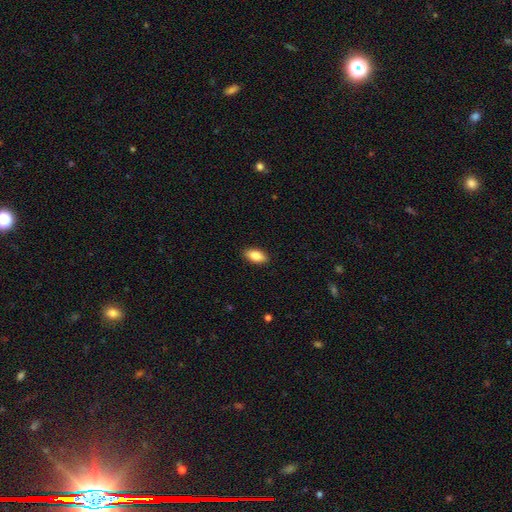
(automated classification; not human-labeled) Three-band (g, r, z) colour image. It shows a smooth galaxy with no disk features (85%) that is in between round and cigar-shaped (89%). Merging: none (89%).